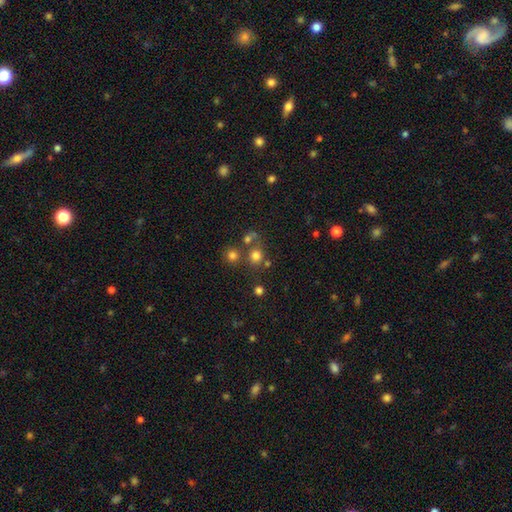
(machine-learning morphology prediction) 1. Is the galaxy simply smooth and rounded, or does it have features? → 72% smooth, 19% star or artifact, 8% featured or disk.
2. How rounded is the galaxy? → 86% round, 13% in between, 1% cigar-shaped.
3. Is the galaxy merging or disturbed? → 66% none, 21% merger, 9% minor disturbance, 5% major disturbance.